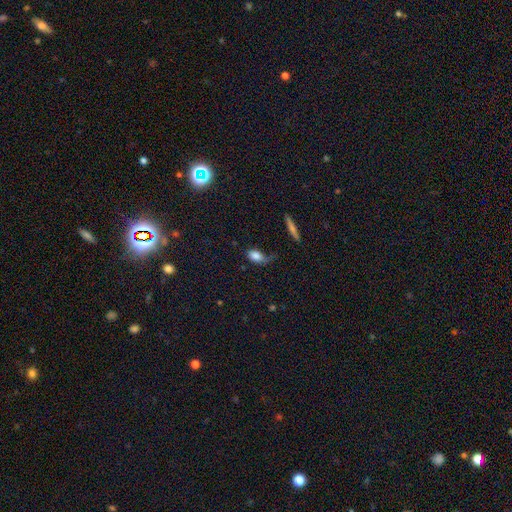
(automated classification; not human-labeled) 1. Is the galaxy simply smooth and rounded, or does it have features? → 80% smooth, 11% featured or disk, 9% star or artifact.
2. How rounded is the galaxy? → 84% in between, 11% round, 5% cigar-shaped.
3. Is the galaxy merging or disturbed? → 37% none, 32% minor disturbance, 26% major disturbance, 5% merger.